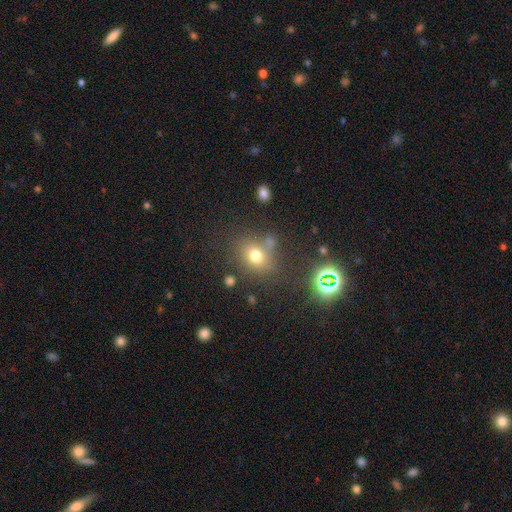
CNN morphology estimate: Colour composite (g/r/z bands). It shows a smooth galaxy with no disk features (71%) that is round (60%). Merging: none (67%).